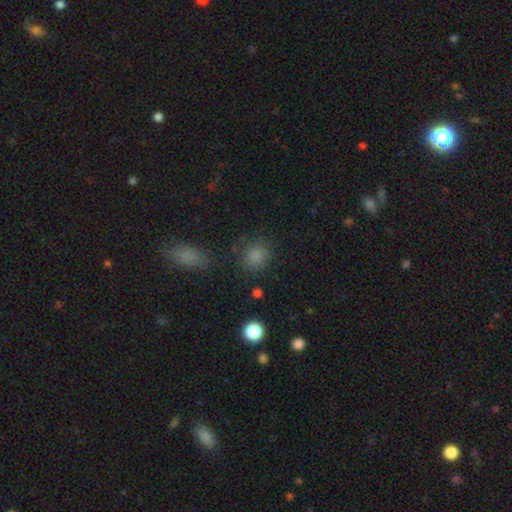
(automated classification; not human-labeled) smooth_or_featured: smooth (p=0.82) [alt: star or artifact p=0.14]
how_rounded: round (p=0.77) [alt: in between p=0.22]
merging: none (p=0.82) [alt: minor disturbance p=0.11]